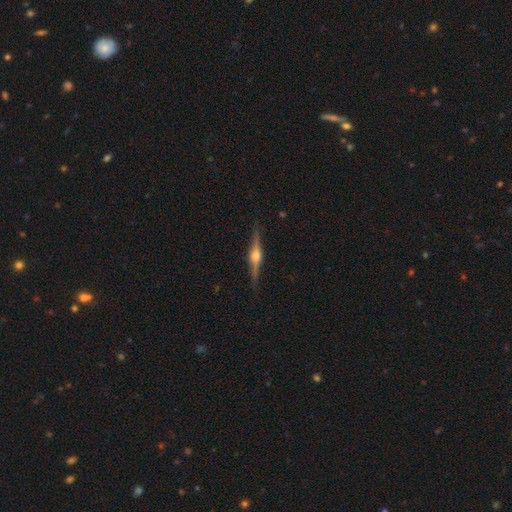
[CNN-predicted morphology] smooth_or_featured: featured or disk (p=0.82) [alt: smooth p=0.12]
disk_edge_on: yes (p=0.98) [alt: no p=0.02]
edge_on_bulge: rounded (p=0.92) [alt: boxy p=0.06]
merging: none (p=0.90) [alt: minor disturbance p=0.08]